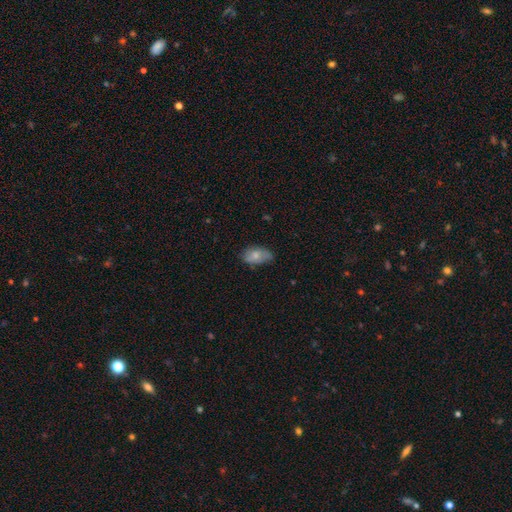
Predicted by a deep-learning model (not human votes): Smooth or featured? smooth (72%)
How rounded? in between (92%)
Merging? none (63%)